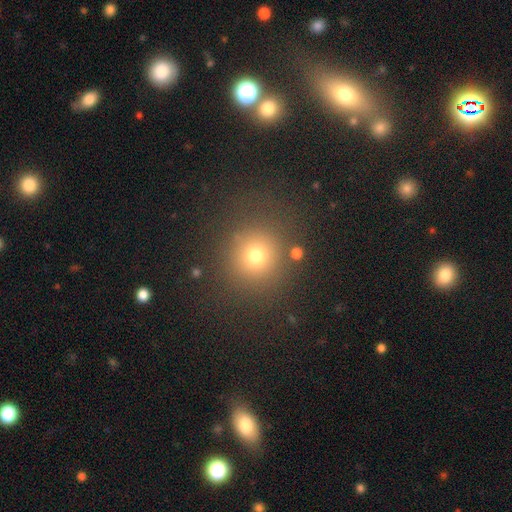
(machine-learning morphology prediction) smooth_or_featured: smooth (p=0.72) [alt: star or artifact p=0.19]
how_rounded: round (p=0.90) [alt: in between p=0.09]
merging: none (p=0.83) [alt: minor disturbance p=0.09]